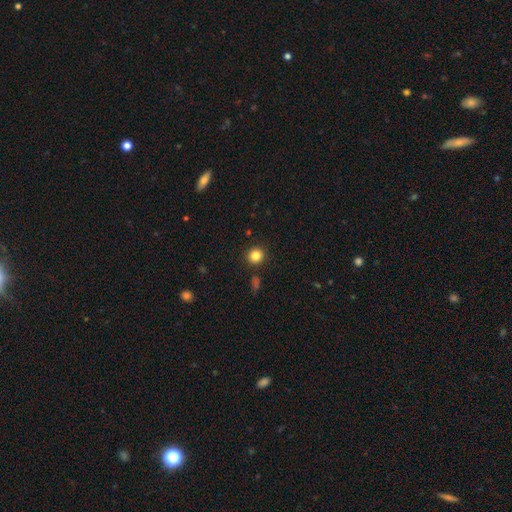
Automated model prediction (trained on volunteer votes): A smooth galaxy with no disk features (84%) that is round (90%). Merging: none (90%).